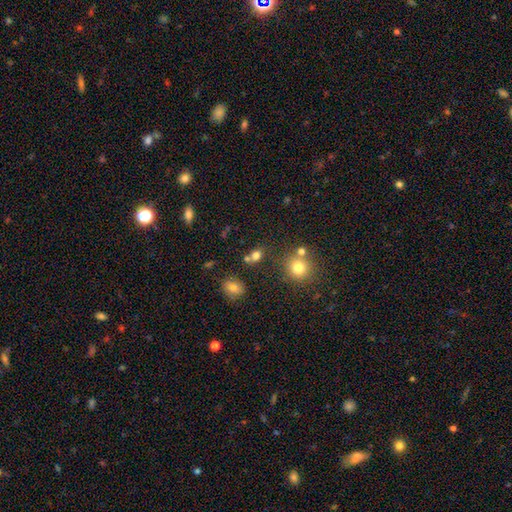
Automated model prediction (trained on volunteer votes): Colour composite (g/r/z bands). It shows a smooth galaxy with no disk features (76%) that is in between round and cigar-shaped (53%). Merging: none (59%).